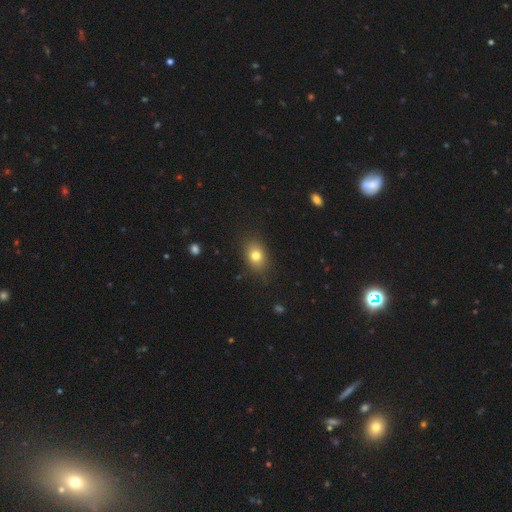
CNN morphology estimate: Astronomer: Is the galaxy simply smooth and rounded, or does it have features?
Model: smooth — 78%.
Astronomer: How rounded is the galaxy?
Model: in between — 66%.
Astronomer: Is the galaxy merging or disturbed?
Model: none — 83%.